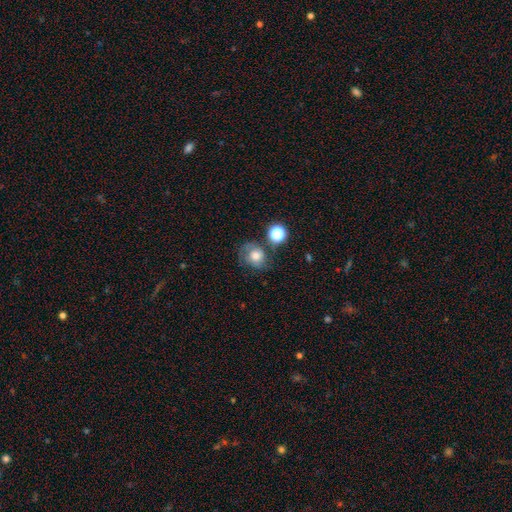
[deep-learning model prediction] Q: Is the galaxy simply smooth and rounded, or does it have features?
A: smooth — 62%.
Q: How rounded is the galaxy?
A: round — 69%.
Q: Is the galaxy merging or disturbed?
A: none — 55%.